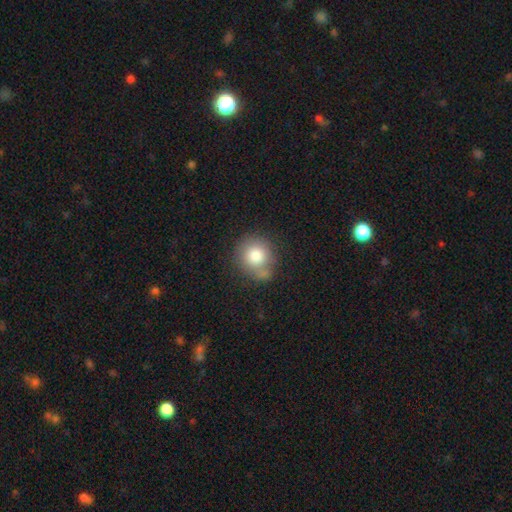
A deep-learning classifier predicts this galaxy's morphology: Q: Smooth or featured?
A: smooth (80%); runner-up: featured or disk (11%)
Q: How rounded?
A: round (88%); runner-up: in between (11%)
Q: Merging?
A: none (60%); runner-up: minor disturbance (18%)